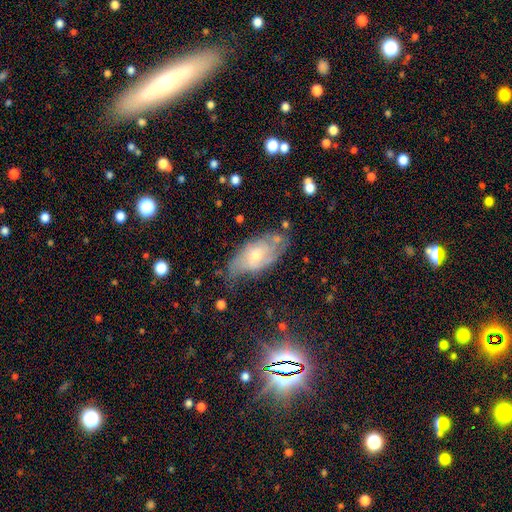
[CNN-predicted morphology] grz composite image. It shows a featured or disk galaxy (59%) with no bar (68%), spiral arms (72%) and a moderate central bulge (50%). Merging: none (50%).